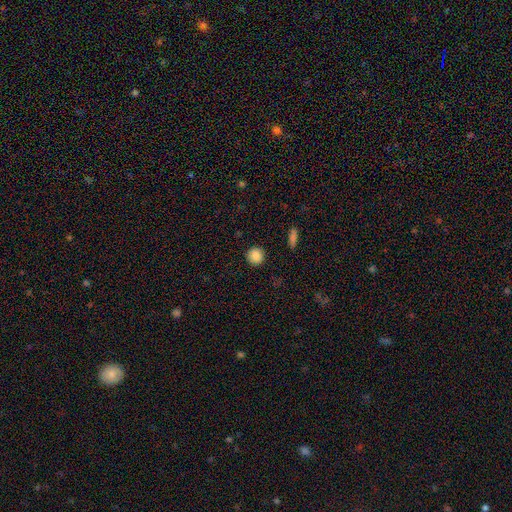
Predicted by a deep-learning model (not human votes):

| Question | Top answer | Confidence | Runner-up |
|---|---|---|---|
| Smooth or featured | smooth | 87% | star or artifact (9%) |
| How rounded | round | 92% | in between (7%) |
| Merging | none | 91% | minor disturbance (6%) |